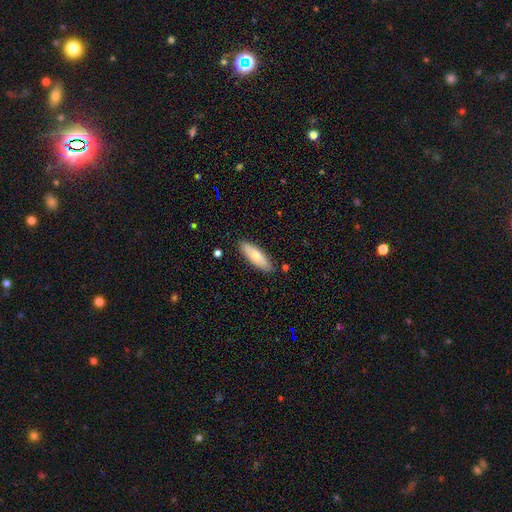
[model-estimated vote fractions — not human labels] Smooth or featured?
  - smooth: 74% *
  - featured or disk: 20%
  - star or artifact: 6%
How rounded?
  - in between: 51% *
  - cigar-shaped: 47%
  - round: 2%
Merging?
  - none: 86% *
  - minor disturbance: 10%
  - major disturbance: 2%
  - merger: 2%